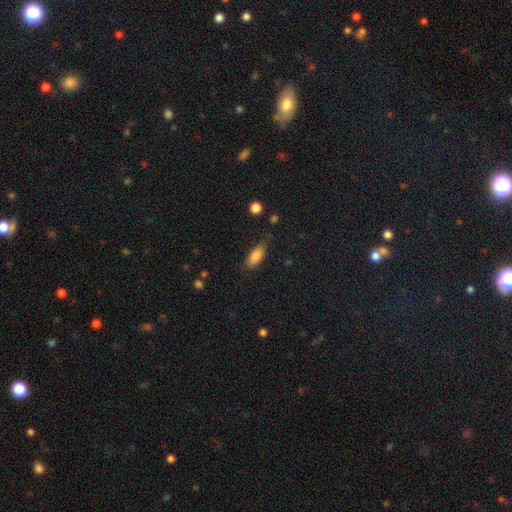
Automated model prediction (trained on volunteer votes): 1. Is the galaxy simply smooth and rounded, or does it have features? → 83% smooth, 10% featured or disk, 7% star or artifact.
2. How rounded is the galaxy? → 79% in between, 18% cigar-shaped, 2% round.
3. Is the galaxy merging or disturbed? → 74% none, 19% minor disturbance, 5% major disturbance, 2% merger.